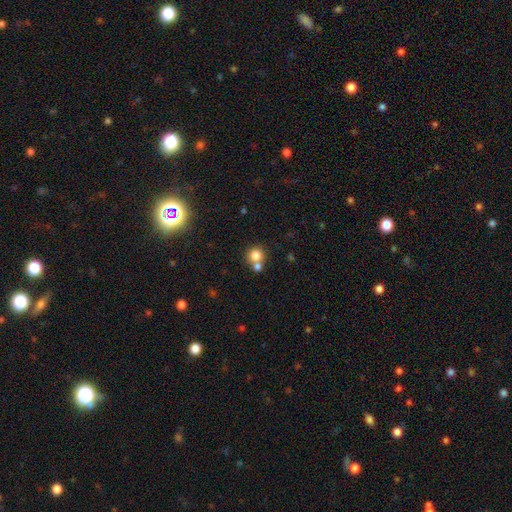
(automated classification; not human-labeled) smooth-or-featured: smooth: 80% | star or artifact: 11% | featured or disk: 9%
  how-rounded: round: 89% | in between: 10% | cigar-shaped: 1%
  merging: none: 52% | merger: 37% | minor disturbance: 7% | major disturbance: 3%